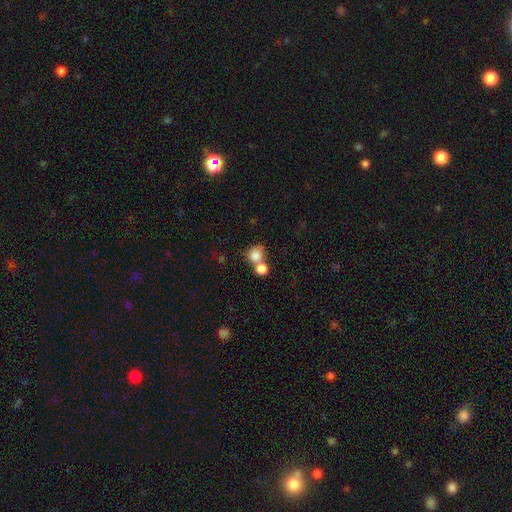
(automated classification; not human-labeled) A smooth galaxy with no disk features (81%) that is round (74%). Merging: merger (54%).